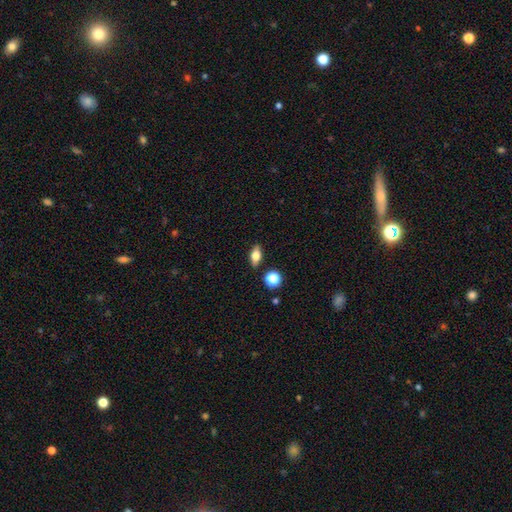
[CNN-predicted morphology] Smooth or featured?
  - smooth: 69% *
  - featured or disk: 22%
  - star or artifact: 9%
How rounded?
  - in between: 77% *
  - cigar-shaped: 13%
  - round: 10%
Merging?
  - none: 86% *
  - minor disturbance: 9%
  - merger: 3%
  - major disturbance: 2%